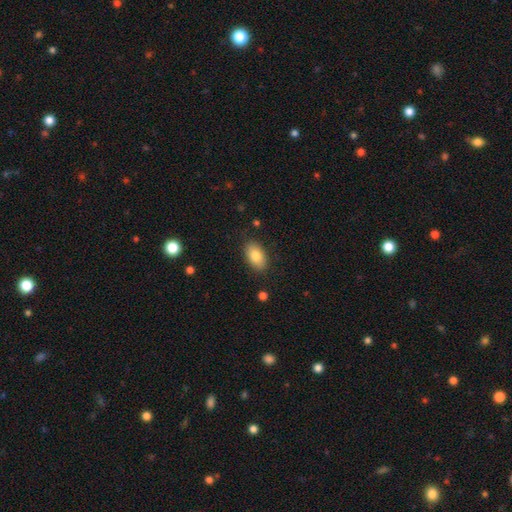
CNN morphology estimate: Smooth or featured?
  - smooth: 83% *
  - featured or disk: 10%
  - star or artifact: 7%
How rounded?
  - in between: 92% *
  - round: 6%
  - cigar-shaped: 2%
Merging?
  - none: 86% *
  - minor disturbance: 10%
  - major disturbance: 3%
  - merger: 1%